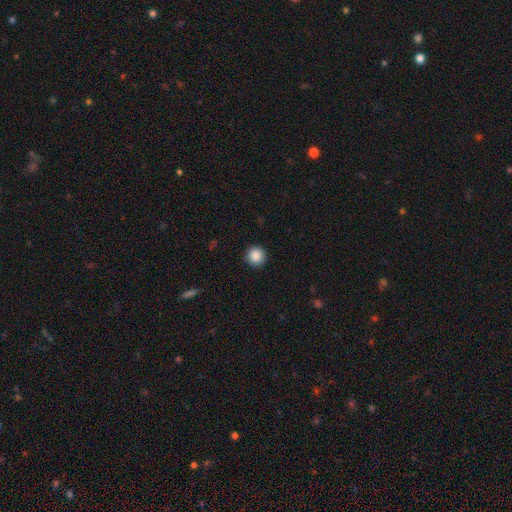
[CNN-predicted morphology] smooth_or_featured: smooth (p=0.88) [alt: star or artifact p=0.09]
how_rounded: round (p=0.95) [alt: in between p=0.04]
merging: none (p=0.92) [alt: minor disturbance p=0.05]